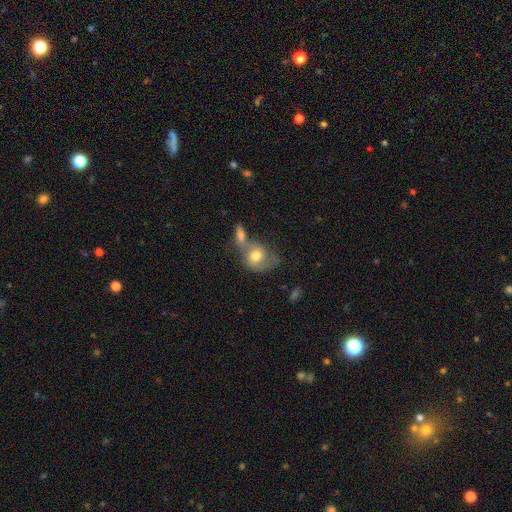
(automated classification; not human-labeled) This appears to be a smooth galaxy with no disk features (60%) that is round (56%). Merging: merger (45%).